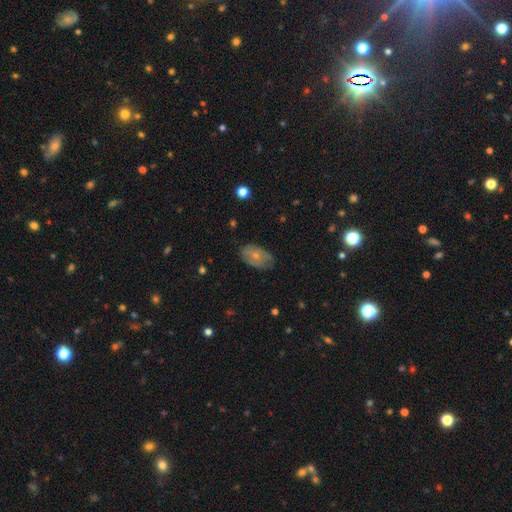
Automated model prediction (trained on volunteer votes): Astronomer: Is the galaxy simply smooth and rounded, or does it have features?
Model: smooth — 57% (runner-up: featured or disk, 36%).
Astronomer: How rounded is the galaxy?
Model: in between — 89%.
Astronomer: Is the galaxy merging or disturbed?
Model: none — 68%.